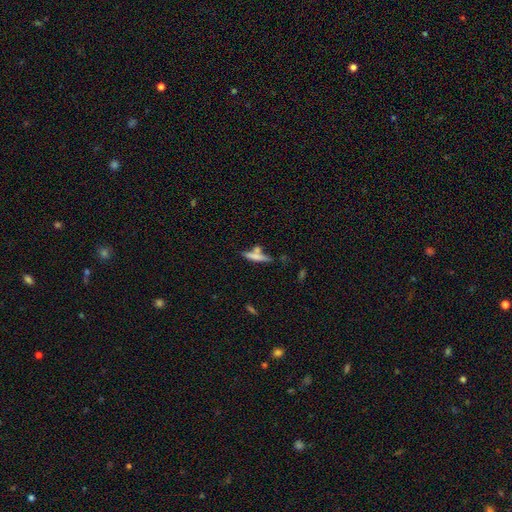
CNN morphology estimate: smooth_or_featured: smooth (p=0.62) [alt: featured or disk p=0.30]
how_rounded: cigar-shaped (p=0.84) [alt: in between p=0.14]
merging: none (p=0.55) [alt: merger p=0.26]